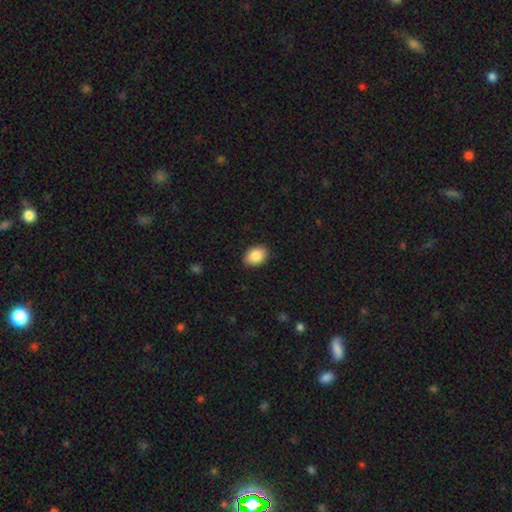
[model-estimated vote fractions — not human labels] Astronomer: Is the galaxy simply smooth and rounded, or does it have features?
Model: smooth — 88%.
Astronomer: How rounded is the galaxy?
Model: in between — 80%.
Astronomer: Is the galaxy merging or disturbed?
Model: none — 90%.